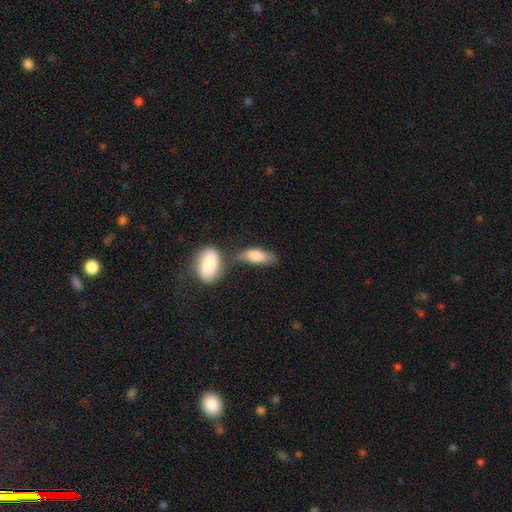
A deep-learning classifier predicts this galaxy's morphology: smooth 82%, featured or disk 12%, star or artifact 6%. Down the decision tree: how rounded — in between (78%); merging — none (42%).